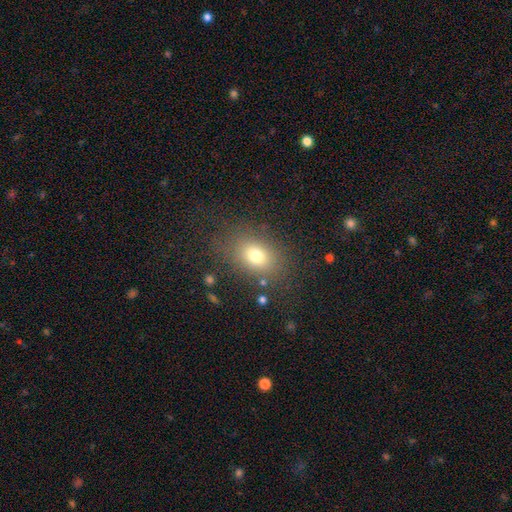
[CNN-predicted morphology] The model was most divided on "how rounded": in between: 68%, round: 31%, cigar-shaped: 1%. More confident: merging — none (78%); smooth or featured — smooth (74%).